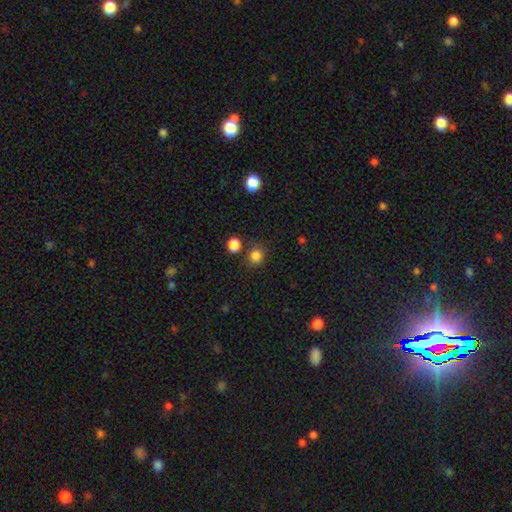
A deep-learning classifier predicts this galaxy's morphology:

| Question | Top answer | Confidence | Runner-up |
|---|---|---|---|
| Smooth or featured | smooth | 82% | star or artifact (13%) |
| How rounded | round | 81% | in between (18%) |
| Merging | none | 72% | minor disturbance (12%) |